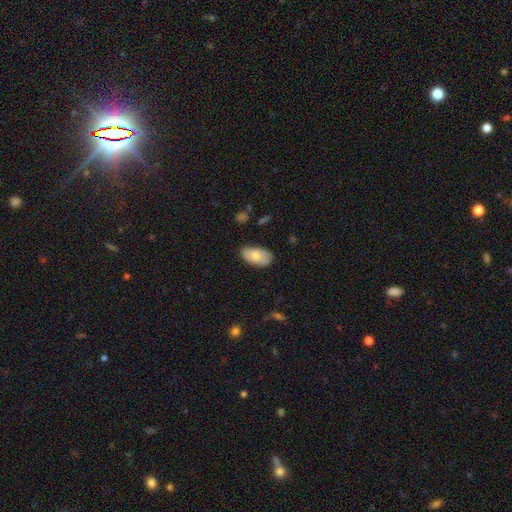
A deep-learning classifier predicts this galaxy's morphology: type=smooth (75%); roundness=in between (94%); merging=none (73%).